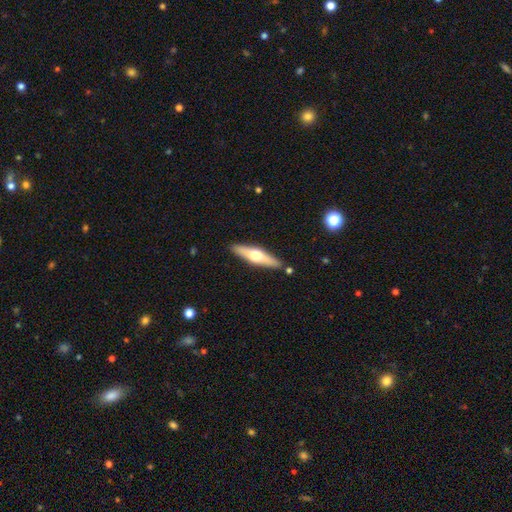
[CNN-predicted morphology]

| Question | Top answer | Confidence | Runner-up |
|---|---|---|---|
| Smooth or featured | featured or disk | 52% | smooth (43%) |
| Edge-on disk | yes | 91% | no (9%) |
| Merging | none | 86% | minor disturbance (9%) |